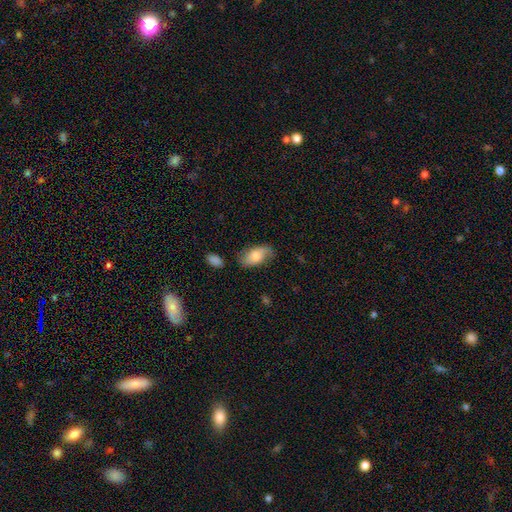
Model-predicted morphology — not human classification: This appears to be a smooth galaxy with no disk features (66%) that is in between round and cigar-shaped (93%). Merging: none (69%).